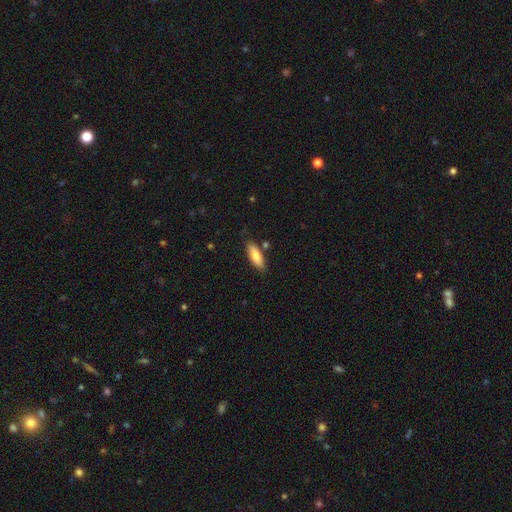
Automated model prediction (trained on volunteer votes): Smooth or featured? smooth (81%)
How rounded? in between (61%)
Merging? none (83%)